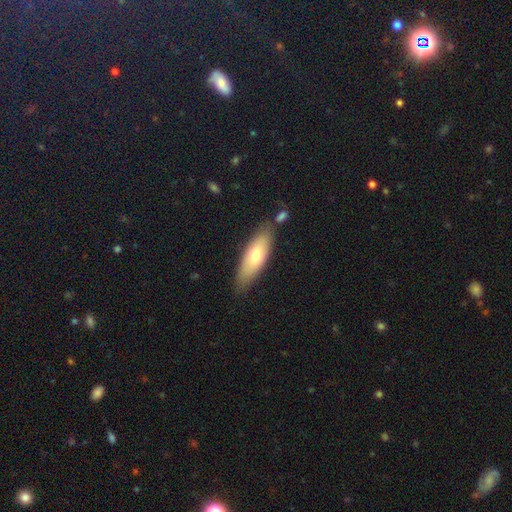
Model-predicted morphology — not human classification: Overall: smooth (66%; featured or disk 28%). How rounded: in between (60%; cigar-shaped 38%). Merging: none (75%).